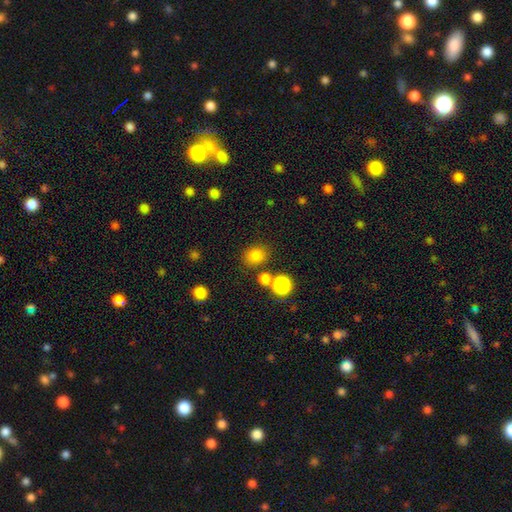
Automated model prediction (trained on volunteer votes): Smooth or featured?
  - smooth: 80% *
  - star or artifact: 14%
  - featured or disk: 5%
How rounded?
  - round: 64% *
  - in between: 35%
  - cigar-shaped: 1%
Merging?
  - none: 76% *
  - merger: 10%
  - minor disturbance: 10%
  - major disturbance: 4%